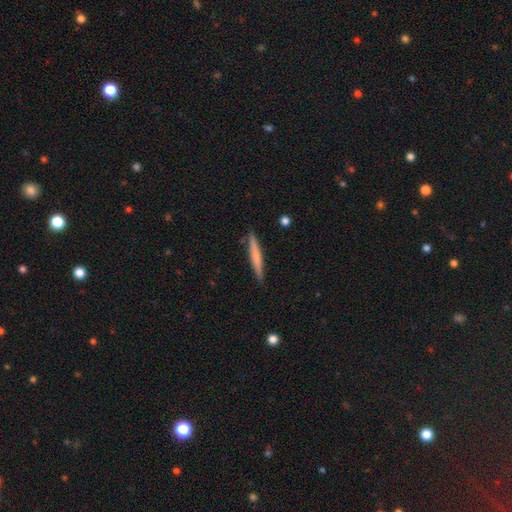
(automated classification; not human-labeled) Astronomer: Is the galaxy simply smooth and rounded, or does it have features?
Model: smooth — 65%.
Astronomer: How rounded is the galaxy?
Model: cigar-shaped — 95%.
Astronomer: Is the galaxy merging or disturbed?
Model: none — 89%.